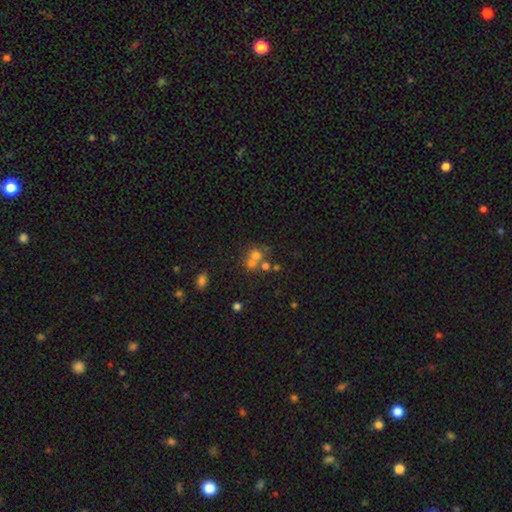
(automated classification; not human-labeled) Smooth or featured: smooth — 59% (featured or disk — 22%)
How rounded: round — 79% (in between — 20%)
Merging: merger — 51% (none — 37%)